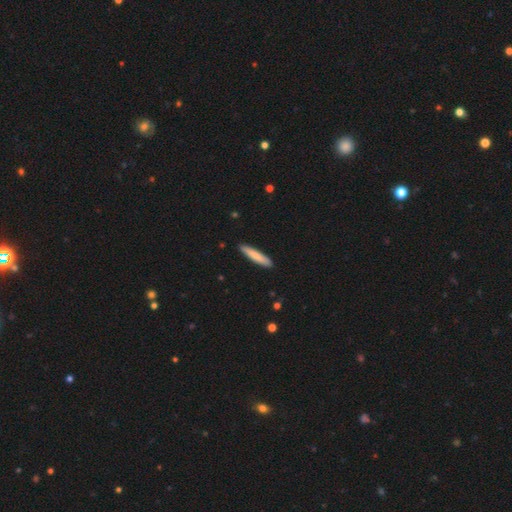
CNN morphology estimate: A smooth galaxy with no disk features (80%) that is cigar-shaped (90%). Merging: none (90%).